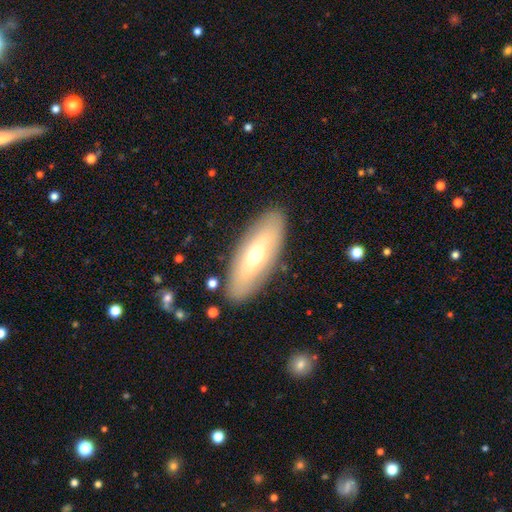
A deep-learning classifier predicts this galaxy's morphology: smooth_or_featured: smooth (p=0.54) [alt: featured or disk p=0.38]
how_rounded: in between (p=0.71) [alt: cigar-shaped p=0.27]
merging: none (p=0.87) [alt: minor disturbance p=0.09]